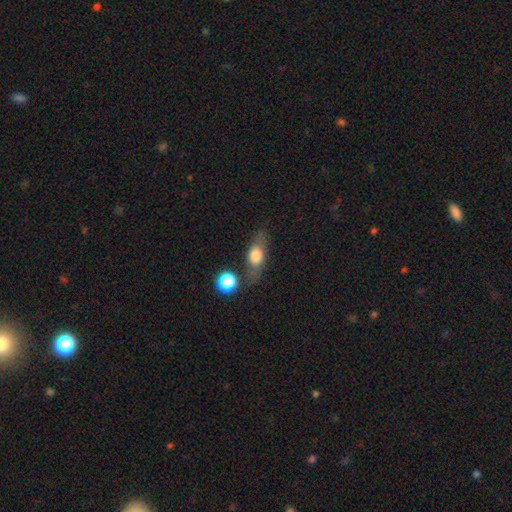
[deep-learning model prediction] This appears to be a smooth galaxy with no disk features (62%) that is in between round and cigar-shaped (61%). Merging: none (67%).